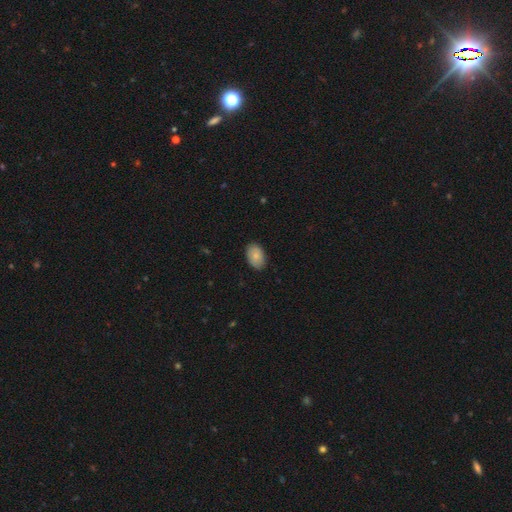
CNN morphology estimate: A smooth galaxy with no disk features (83%) that is in between round and cigar-shaped (90%). Merging: none (86%).